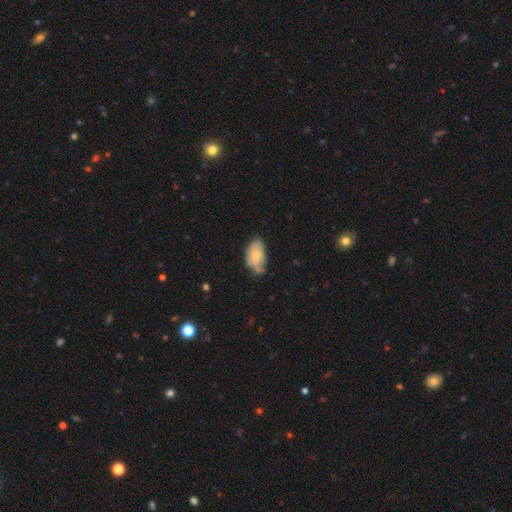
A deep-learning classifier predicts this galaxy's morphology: smooth-or-featured: smooth: 71% | featured or disk: 21% | star or artifact: 7%
  how-rounded: in between: 93% | round: 5% | cigar-shaped: 2%
  merging: none: 44% | minor disturbance: 38% | major disturbance: 10% | merger: 8%